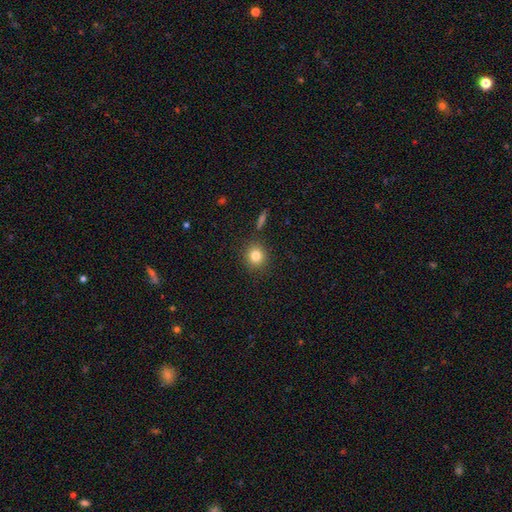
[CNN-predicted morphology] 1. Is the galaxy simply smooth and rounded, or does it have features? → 82% smooth, 11% star or artifact, 7% featured or disk.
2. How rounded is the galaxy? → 88% round, 11% in between, 1% cigar-shaped.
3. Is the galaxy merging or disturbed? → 89% none, 7% minor disturbance, 2% merger, 2% major disturbance.